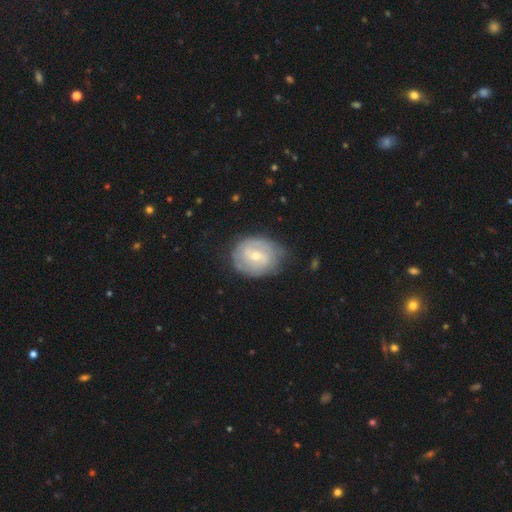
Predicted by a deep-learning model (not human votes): Smooth or featured?
  - featured or disk: 70% *
  - smooth: 25%
  - star or artifact: 6%
Edge-on disk?
  - no: 97% *
  - yes: 3%
Bar?
  - weak: 55% *
  - no: 32%
  - strong: 13%
Spiral arms?
  - yes: 87% *
  - no: 13%
Spiral winding?
  - tight: 52% *
  - medium: 36%
  - loose: 12%
Spiral arm count?
  - 2: 60% *
  - can't tell: 26%
  - 3: 7%
  - 1: 3%
  - 4: 2%
  - more than 4: 2%
Bulge size?
  - small: 52% *
  - moderate: 43%
  - none: 2%
  - large: 2%
  - dominant: 1%
Merging?
  - none: 73% *
  - minor disturbance: 20%
  - major disturbance: 6%
  - merger: 1%